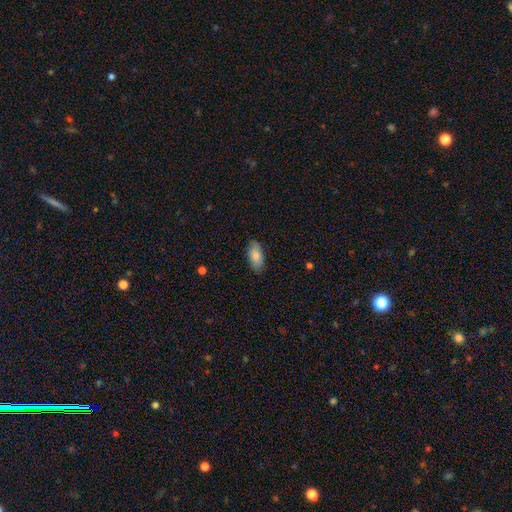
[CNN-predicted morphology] Q: Smooth or featured?
A: smooth (84%); runner-up: featured or disk (10%)
Q: How rounded?
A: in between (89%); runner-up: cigar-shaped (9%)
Q: Merging?
A: none (85%); runner-up: minor disturbance (12%)